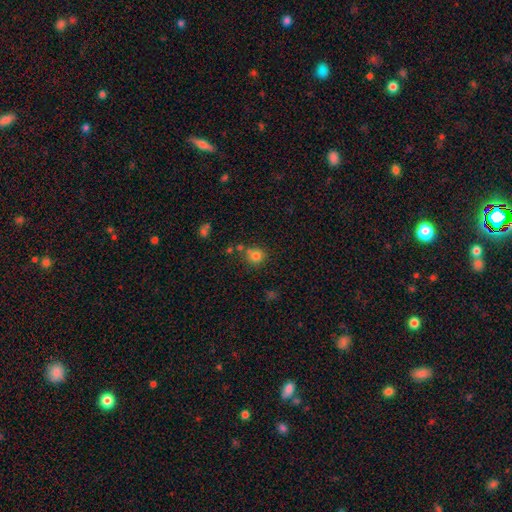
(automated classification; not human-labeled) Overall: smooth (79%). How rounded: round (89%). Merging: none (71%).